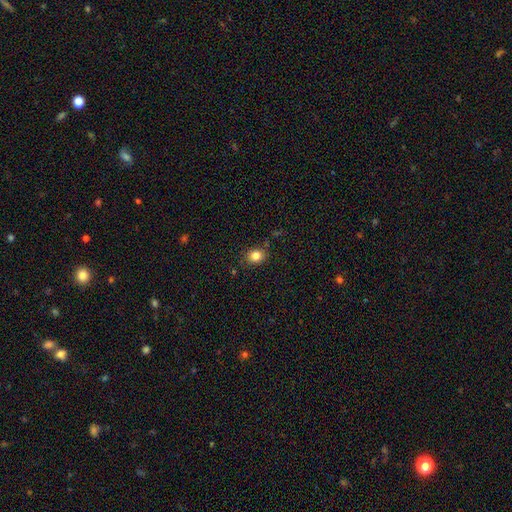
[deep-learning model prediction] Q: Smooth or featured?
A: smooth (84%); runner-up: star or artifact (11%)
Q: How rounded?
A: round (62%); runner-up: in between (37%)
Q: Merging?
A: none (83%); runner-up: minor disturbance (11%)